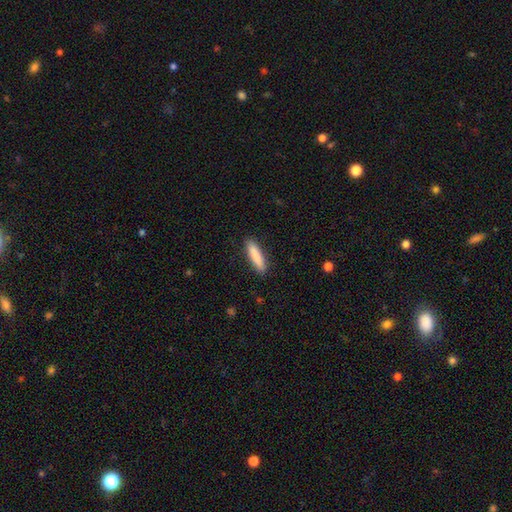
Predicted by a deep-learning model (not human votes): Q: Smooth or featured?
A: smooth (87%); runner-up: featured or disk (7%)
Q: How rounded?
A: cigar-shaped (78%); runner-up: in between (21%)
Q: Merging?
A: none (89%); runner-up: minor disturbance (8%)